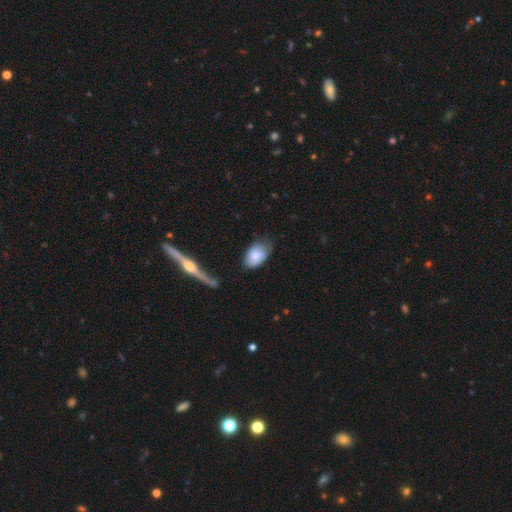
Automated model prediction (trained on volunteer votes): Morphology: type=smooth (75%); roundness=in between (89%); merging=none (56%).